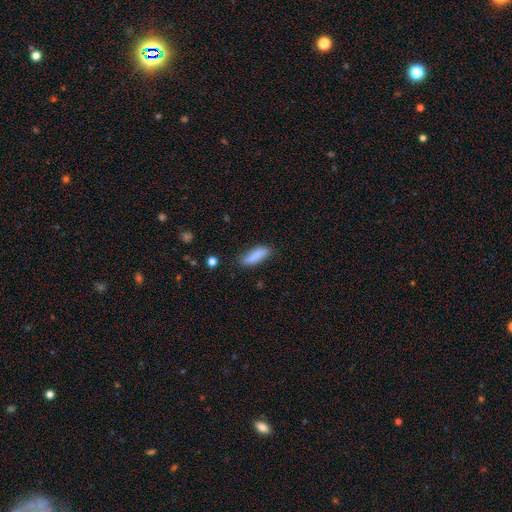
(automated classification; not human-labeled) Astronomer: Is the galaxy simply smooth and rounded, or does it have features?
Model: smooth — 85%.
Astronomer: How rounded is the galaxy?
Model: cigar-shaped — 49%, tied with in between at 49%.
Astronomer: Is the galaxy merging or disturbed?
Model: none — 76%.